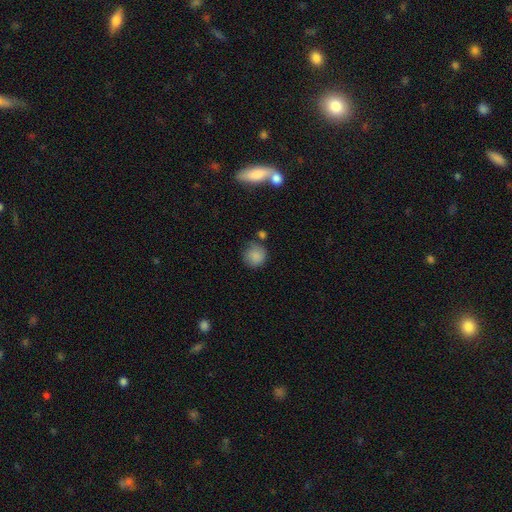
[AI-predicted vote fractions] A smooth galaxy with no disk features (83%) that is round (88%).

Vote fractions:
- Smooth or featured? smooth: 83% / star or artifact: 9% / featured or disk: 7%
- How rounded? round: 88% / in between: 11% / cigar-shaped: 1%
- Merging? none: 64% / minor disturbance: 22% / merger: 7% / major disturbance: 7%